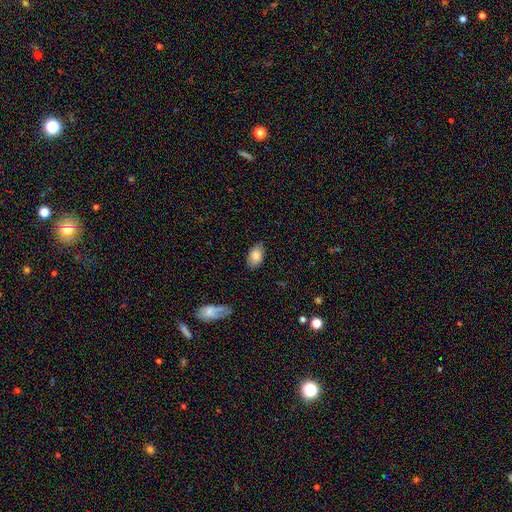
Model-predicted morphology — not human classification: Q: Smooth or featured?
A: smooth (83%); runner-up: featured or disk (9%)
Q: How rounded?
A: in between (92%); runner-up: round (7%)
Q: Merging?
A: none (81%); runner-up: minor disturbance (15%)